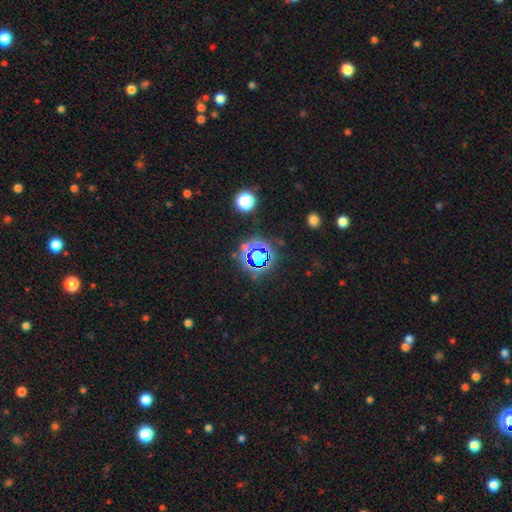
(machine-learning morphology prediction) A star or artifact, not a galaxy (60%).

Vote fractions:
- Smooth or featured? star or artifact: 60% / smooth: 29% / featured or disk: 11%